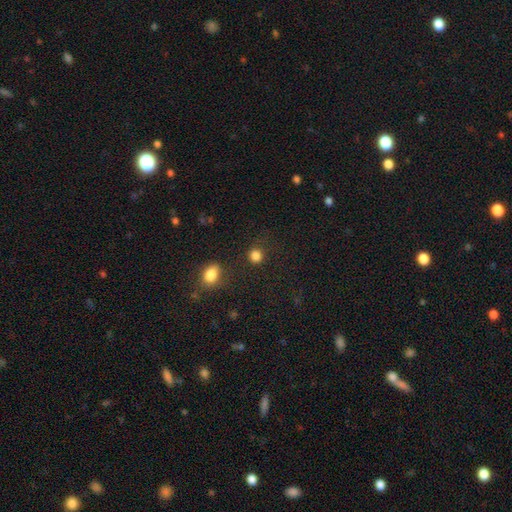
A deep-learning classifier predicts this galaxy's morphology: type=smooth (85%); roundness=round (83%); merging=none (81%).